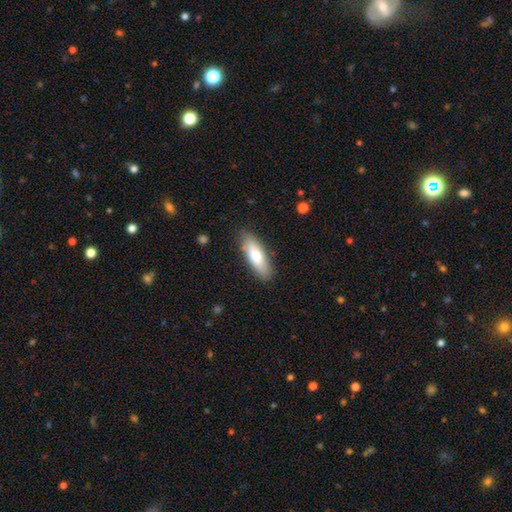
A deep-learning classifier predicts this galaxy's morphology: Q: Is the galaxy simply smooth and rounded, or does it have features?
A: smooth — 77%.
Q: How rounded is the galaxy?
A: in between — 54%.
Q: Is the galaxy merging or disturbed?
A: none — 84%.